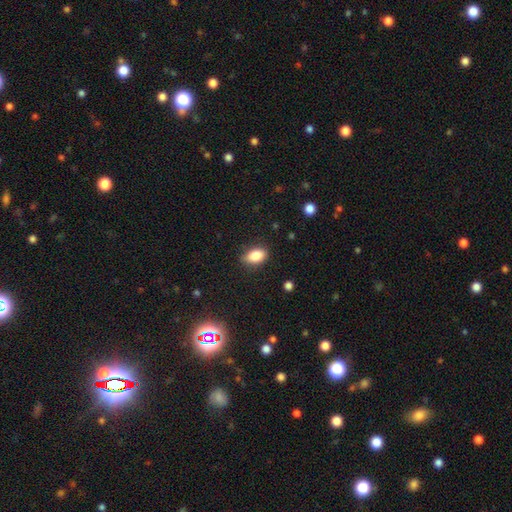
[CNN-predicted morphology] Smooth or featured? smooth (84%)
How rounded? in between (87%)
Merging? none (82%)